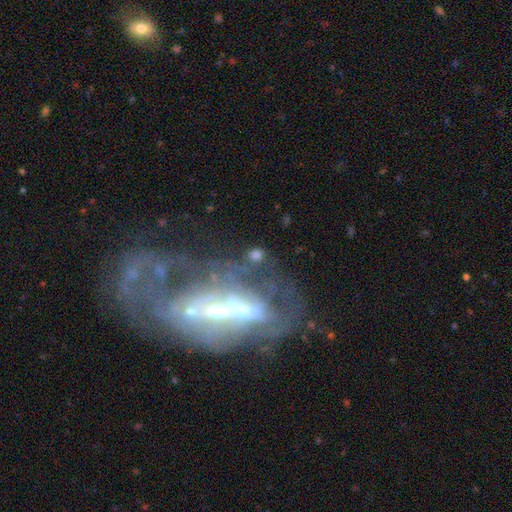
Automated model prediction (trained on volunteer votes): Morphology: type=featured or disk (61%); edge-on=no (81%); merging=none (40%).